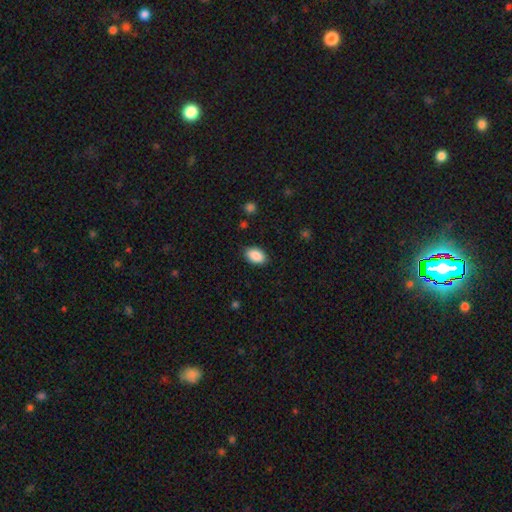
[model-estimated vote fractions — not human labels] Smooth or featured? smooth (89%)
How rounded? in between (90%)
Merging? none (87%)